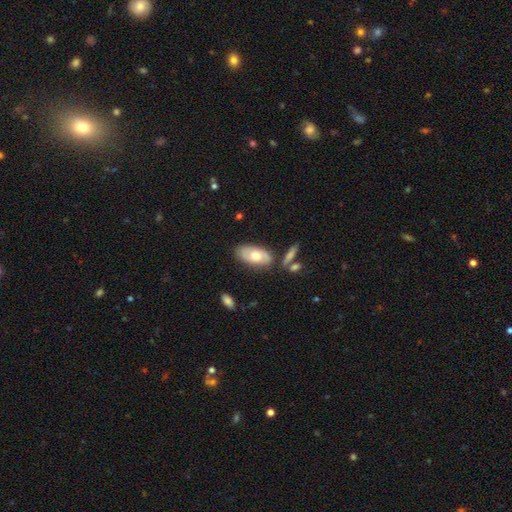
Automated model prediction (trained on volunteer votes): This appears to be a smooth galaxy with no disk features (55%) that is in between round and cigar-shaped (91%). Merging: none (71%).